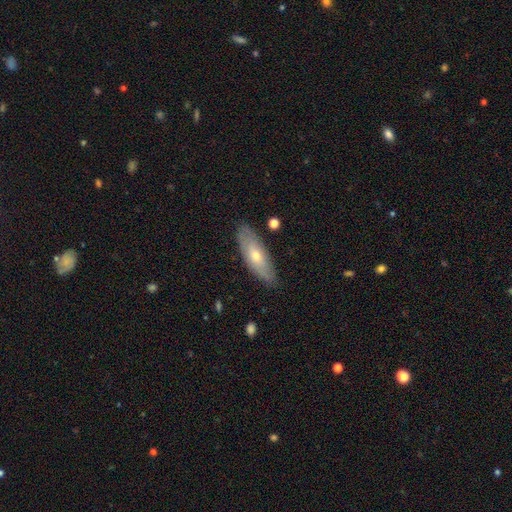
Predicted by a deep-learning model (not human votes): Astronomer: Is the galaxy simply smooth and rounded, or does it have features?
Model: smooth — 52% (runner-up: featured or disk, 42%).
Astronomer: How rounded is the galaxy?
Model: in between — 65%.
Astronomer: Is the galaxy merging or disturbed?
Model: none — 82%.